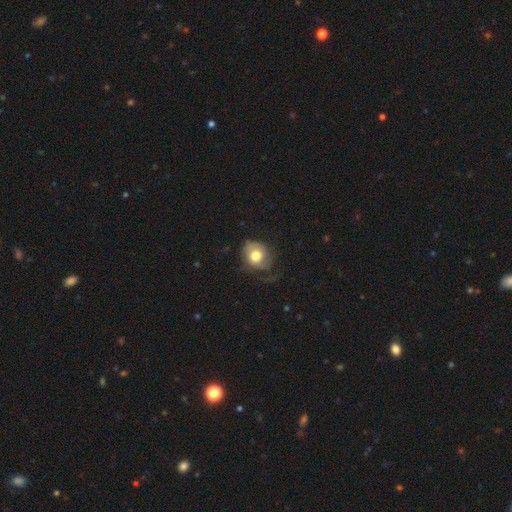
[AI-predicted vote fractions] smooth 68%, featured or disk 24%, star or artifact 8%. Down the decision tree: how rounded — round (67%); merging — none (43%).